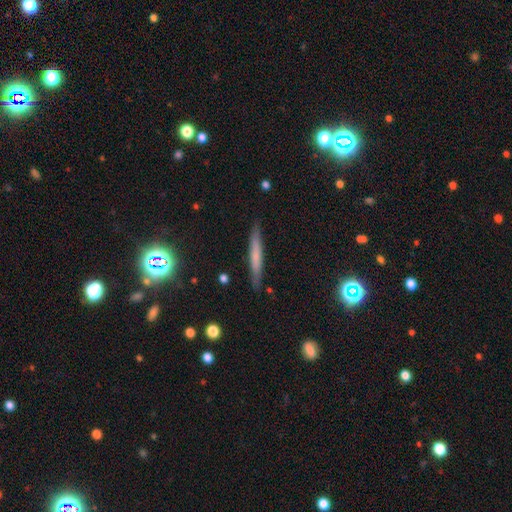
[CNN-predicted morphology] Smooth or featured: smooth — 56% (featured or disk — 34%)
How rounded: cigar-shaped — 94% (in between — 4%)
Merging: none — 87% (minor disturbance — 10%)